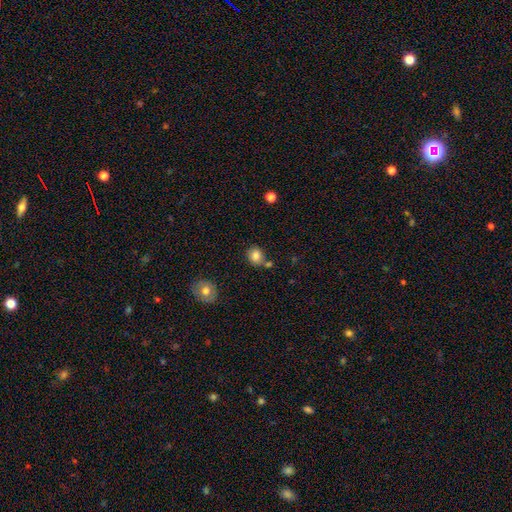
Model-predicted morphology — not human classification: This is clearly a smooth galaxy (83%). How rounded: likely round (70%). Merging: likely none (70%).